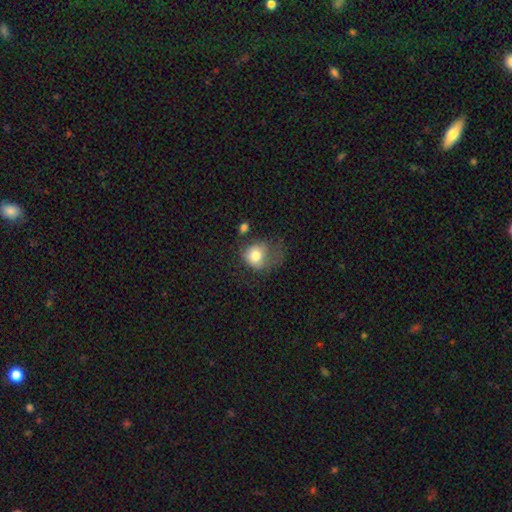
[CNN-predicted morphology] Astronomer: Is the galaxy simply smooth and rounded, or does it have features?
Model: smooth — 76%.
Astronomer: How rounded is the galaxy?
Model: round — 67%.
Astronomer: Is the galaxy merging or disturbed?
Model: major disturbance — 39% (runner-up: none, 27%).